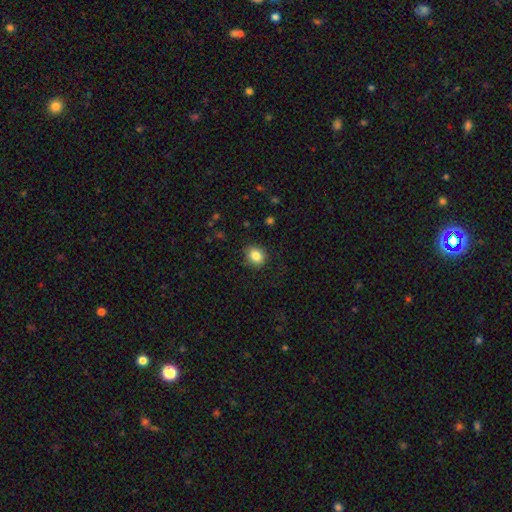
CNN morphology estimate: Smooth or featured? smooth (85%)
How rounded? round (58%)
Merging? none (84%)